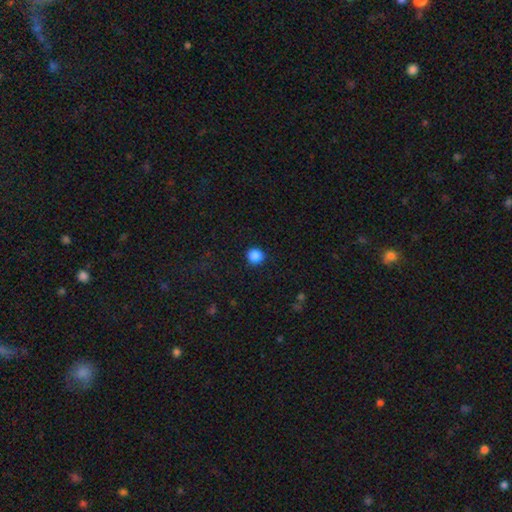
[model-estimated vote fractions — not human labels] Morphology: type=smooth (86%); roundness=round (90%); merging=none (88%).